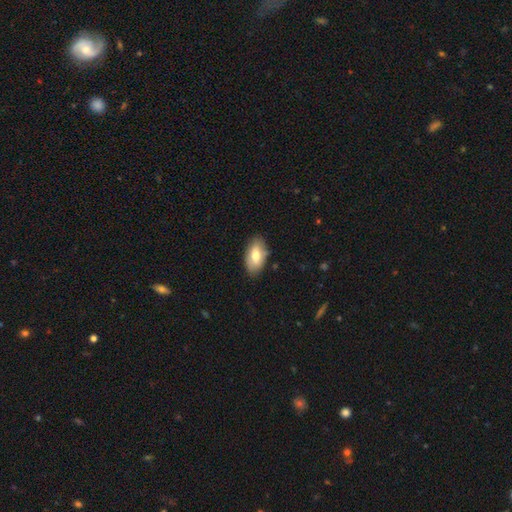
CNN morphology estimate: smooth_or_featured: smooth (p=0.68) [alt: featured or disk p=0.26]
how_rounded: in between (p=0.93) [alt: cigar-shaped p=0.04]
merging: none (p=0.81) [alt: minor disturbance p=0.15]